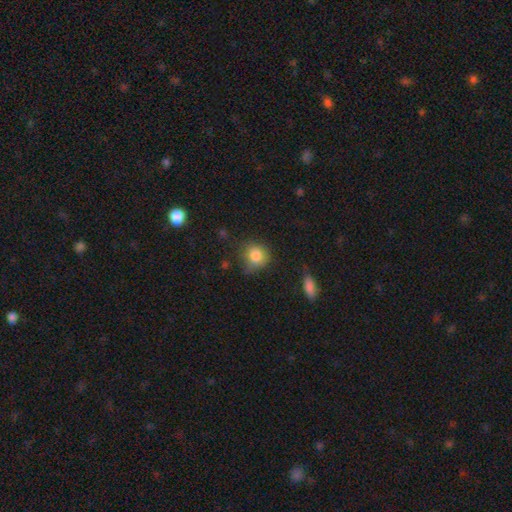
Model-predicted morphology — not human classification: smooth_or_featured: smooth (p=0.84) [alt: star or artifact p=0.10]
how_rounded: round (p=0.83) [alt: in between p=0.16]
merging: none (p=0.60) [alt: minor disturbance p=0.28]